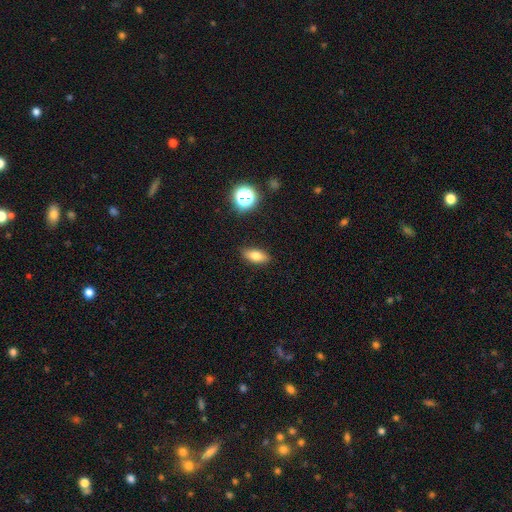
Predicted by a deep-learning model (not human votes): A smooth galaxy with no disk features (76%) that is in between round and cigar-shaped (80%).

Vote fractions:
- Smooth or featured? smooth: 76% / featured or disk: 13% / star or artifact: 11%
- How rounded? in between: 80% / cigar-shaped: 14% / round: 6%
- Merging? none: 88% / minor disturbance: 8% / major disturbance: 2% / merger: 1%